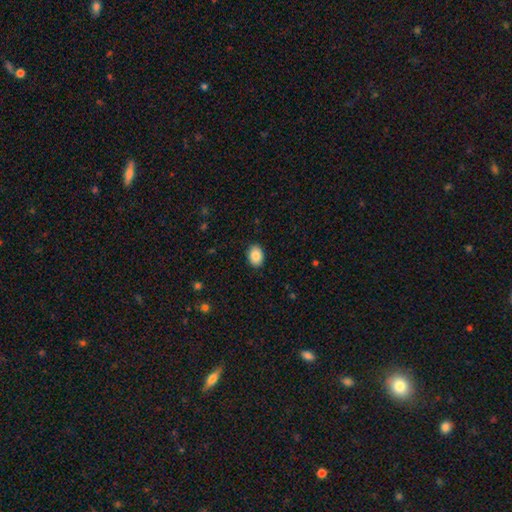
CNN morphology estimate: This appears to be a smooth galaxy with no disk features (88%) that is in between round and cigar-shaped (76%). Merging: none (90%).